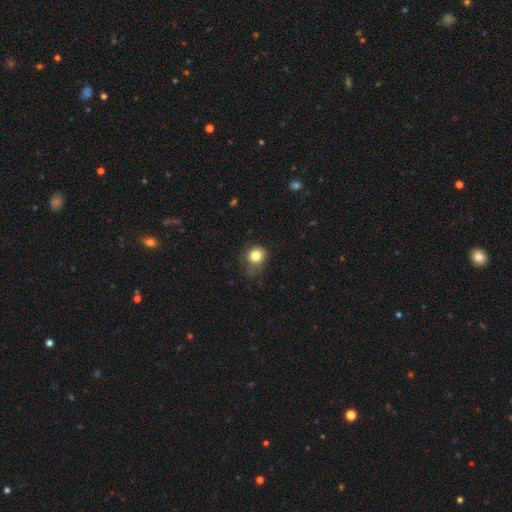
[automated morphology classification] smooth-or-featured: smooth: 80% | star or artifact: 11% | featured or disk: 8%
  how-rounded: round: 77% | in between: 22% | cigar-shaped: 1%
  merging: none: 55% | minor disturbance: 31% | major disturbance: 12% | merger: 2%